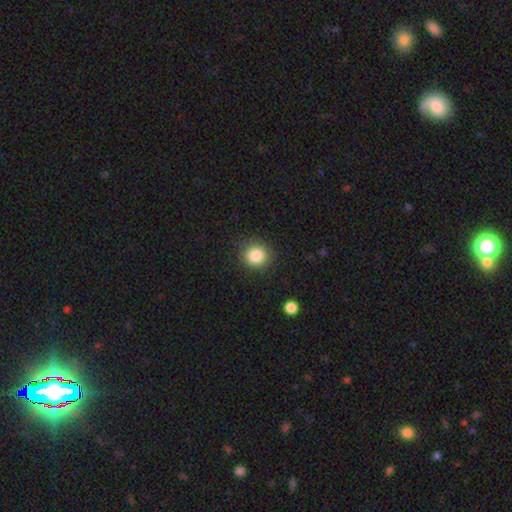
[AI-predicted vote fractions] Smooth or featured: smooth — 85% (star or artifact — 10%)
How rounded: round — 90% (in between — 9%)
Merging: none — 88% (minor disturbance — 8%)